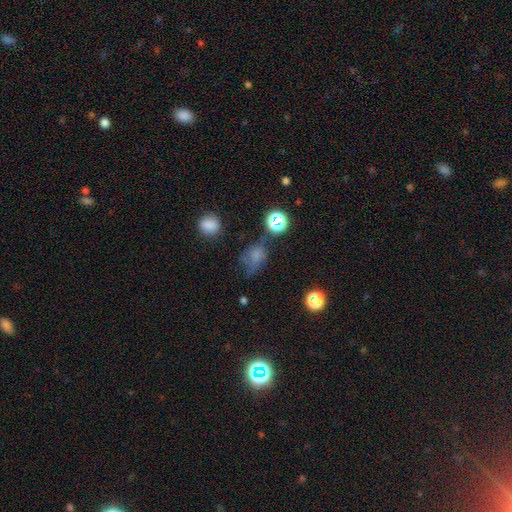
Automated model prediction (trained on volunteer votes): Smooth or featured?
  - smooth: 58% *
  - star or artifact: 24%
  - featured or disk: 17%
How rounded?
  - in between: 53% *
  - round: 46%
  - cigar-shaped: 2%
Merging?
  - none: 40% *
  - minor disturbance: 28%
  - major disturbance: 25%
  - merger: 6%